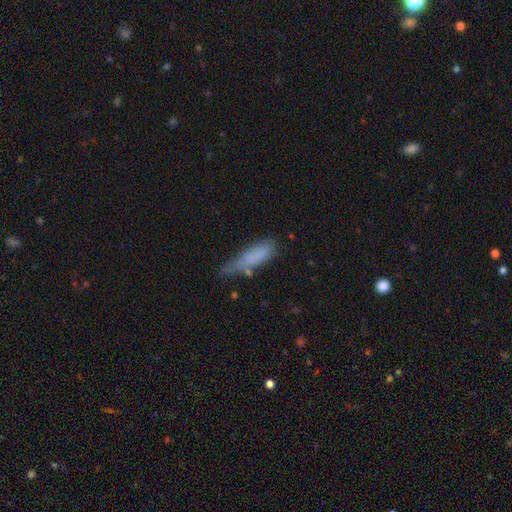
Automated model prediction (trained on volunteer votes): Overall: smooth (76%). How rounded: cigar-shaped (63%; in between 35%). Merging: none (41%; minor disturbance 36%).